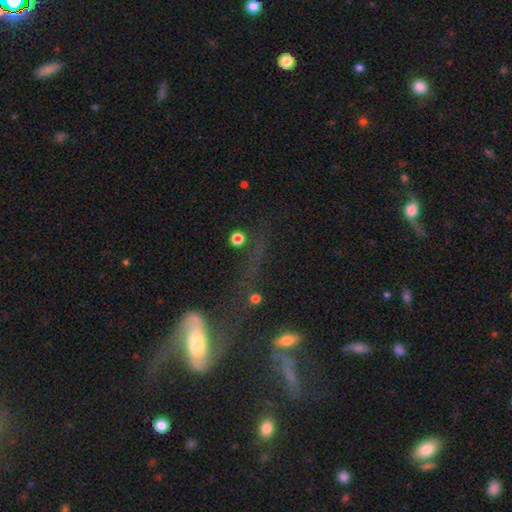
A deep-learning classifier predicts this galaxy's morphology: Overall: featured or disk (57%; star or artifact 22%). Edge-on disk: no (76%). Merging: none (43%; major disturbance 28%).